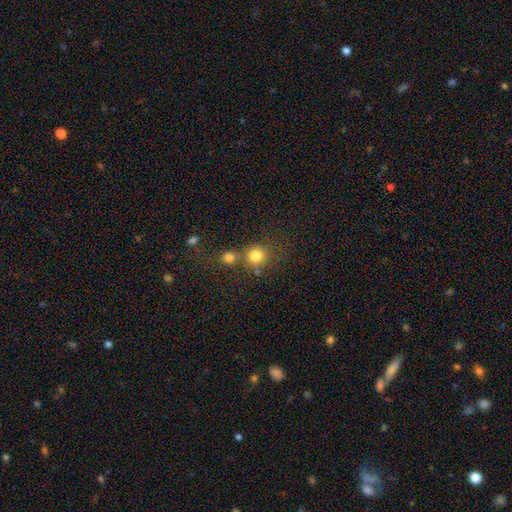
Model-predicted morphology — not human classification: type=smooth (79%); roundness=round (88%); merging=none (55%).